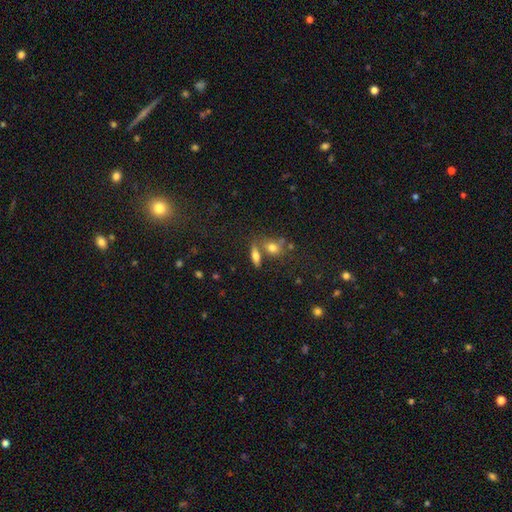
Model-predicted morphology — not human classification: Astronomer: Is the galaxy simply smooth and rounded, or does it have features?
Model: smooth — 65%.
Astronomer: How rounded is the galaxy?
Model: in between — 58%.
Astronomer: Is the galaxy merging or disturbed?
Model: none — 60%.